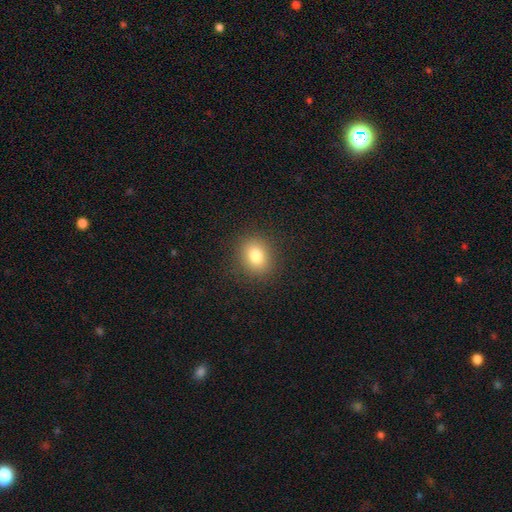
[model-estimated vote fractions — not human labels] A smooth galaxy with no disk features (80%) that is round (64%). Merging: none (88%).